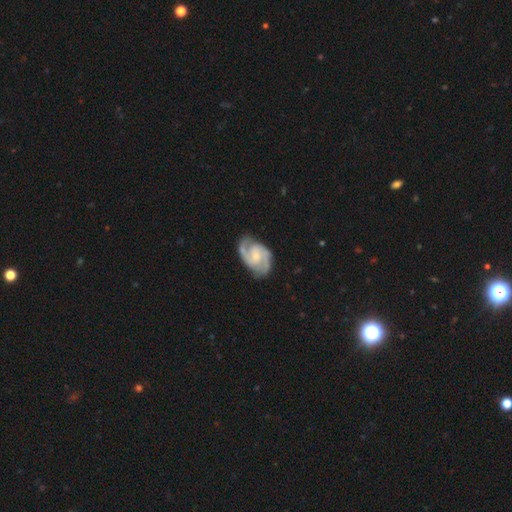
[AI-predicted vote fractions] smooth_or_featured: featured or disk (p=0.88) [alt: smooth p=0.08]
disk_edge_on: no (p=0.98) [alt: yes p=0.02]
bar: no (p=0.51) [alt: weak p=0.42]
has_spiral_arms: yes (p=0.97) [alt: no p=0.03]
spiral_winding: medium (p=0.55) [alt: tight p=0.32]
spiral_arm_count: 2 (p=0.83) [alt: 3 p=0.08]
bulge_size: small (p=0.58) [alt: moderate p=0.31]
merging: none (p=0.76) [alt: minor disturbance p=0.17]